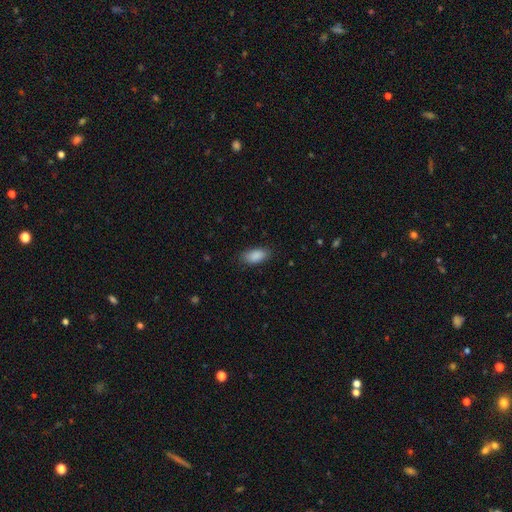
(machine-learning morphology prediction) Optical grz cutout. It shows a smooth galaxy with no disk features (89%) that is in between round and cigar-shaped (90%). Merging: none (83%).